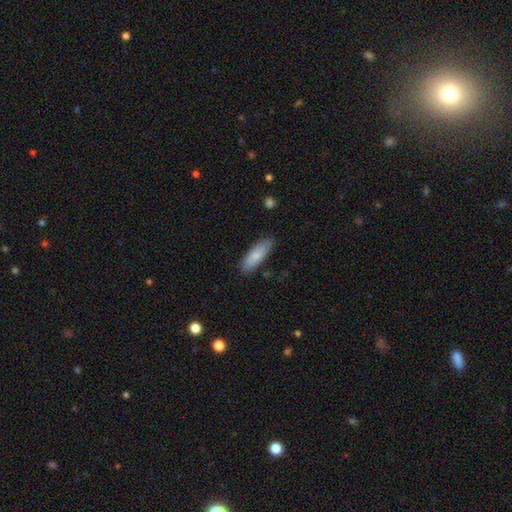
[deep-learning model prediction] Q: Smooth or featured?
A: smooth (82%); runner-up: featured or disk (12%)
Q: How rounded?
A: in between (60%); runner-up: cigar-shaped (39%)
Q: Merging?
A: none (83%); runner-up: minor disturbance (13%)